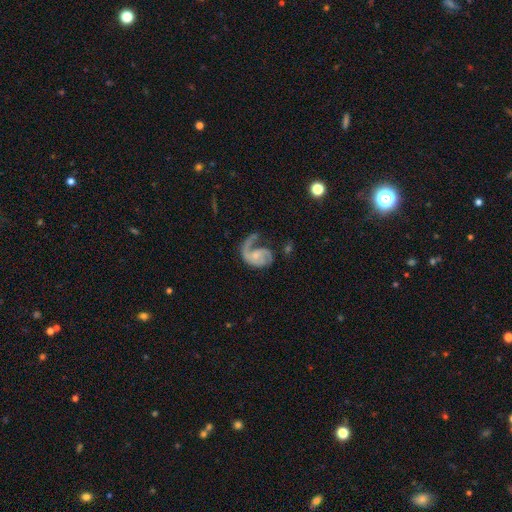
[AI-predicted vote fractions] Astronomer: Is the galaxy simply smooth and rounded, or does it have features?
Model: featured or disk — 82%.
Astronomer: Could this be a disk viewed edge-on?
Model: no — 98%.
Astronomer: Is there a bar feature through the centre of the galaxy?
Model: no — 67%.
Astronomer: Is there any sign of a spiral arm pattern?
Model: yes — 93%.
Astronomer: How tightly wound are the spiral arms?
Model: medium — 42% (runner-up: loose, 39%).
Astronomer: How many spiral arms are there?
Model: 1 — 54% (runner-up: 2, 37%).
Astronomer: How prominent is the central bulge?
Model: small — 61%.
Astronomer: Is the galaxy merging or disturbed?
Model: major disturbance — 41% (runner-up: none, 34%).